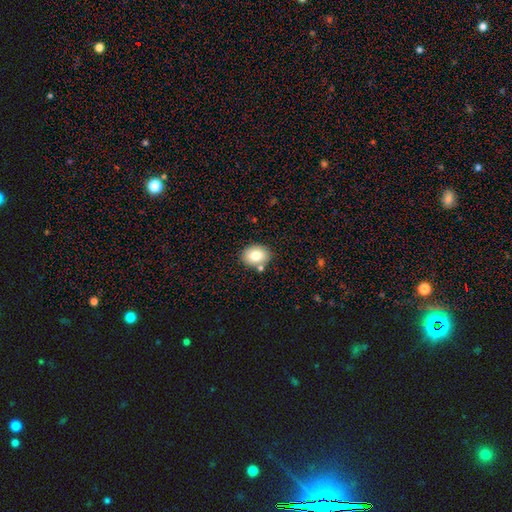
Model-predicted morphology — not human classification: A smooth galaxy with no disk features (80%) that is in between round and cigar-shaped (52%).

Vote fractions:
- Smooth or featured? smooth: 80% / featured or disk: 11% / star or artifact: 9%
- How rounded? in between: 52% / round: 47% / cigar-shaped: 1%
- Merging? none: 79% / minor disturbance: 11% / merger: 8% / major disturbance: 2%